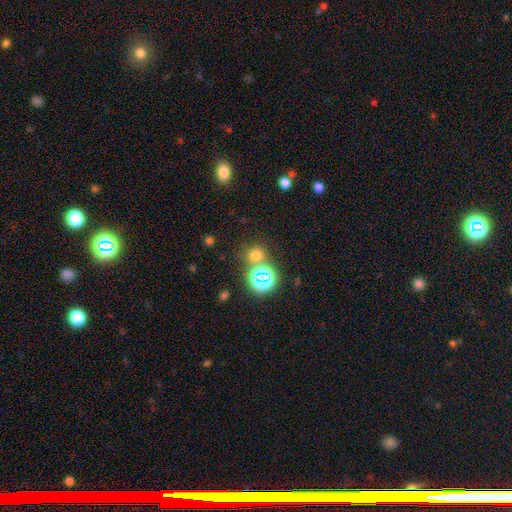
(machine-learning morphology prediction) A smooth galaxy with no disk features (62%) that is round (89%). Merging: none (72%).